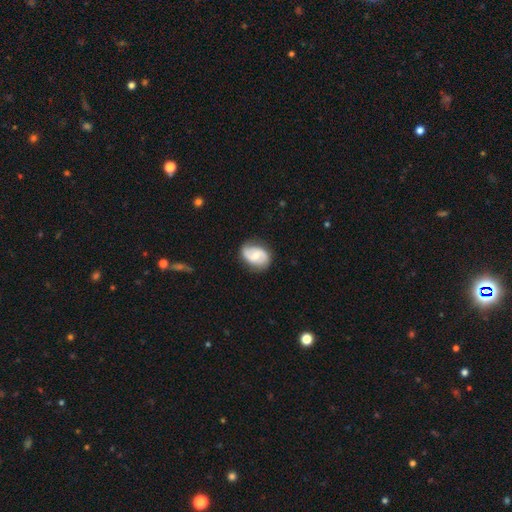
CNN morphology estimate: Q: Smooth or featured?
A: featured or disk (67%); runner-up: smooth (27%)
Q: Edge-on disk?
A: no (97%); runner-up: yes (3%)
Q: Bar?
A: no (44%); runner-up: weak (43%)
Q: Spiral arms?
A: yes (90%); runner-up: no (10%)
Q: Spiral winding?
A: medium (44%); runner-up: loose (33%)
Q: Spiral arm count?
A: 2 (88%); runner-up: can't tell (6%)
Q: Bulge size?
A: moderate (58%); runner-up: small (35%)
Q: Merging?
A: none (79%); runner-up: minor disturbance (16%)